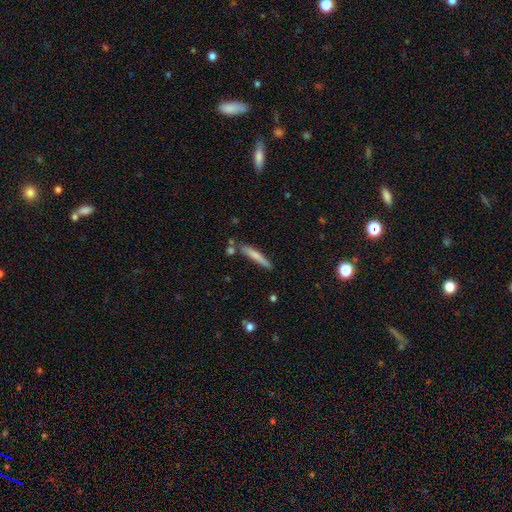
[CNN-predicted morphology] Smooth or featured: smooth — 69% (featured or disk — 25%)
How rounded: cigar-shaped — 94% (in between — 5%)
Merging: none — 75% (minor disturbance — 15%)